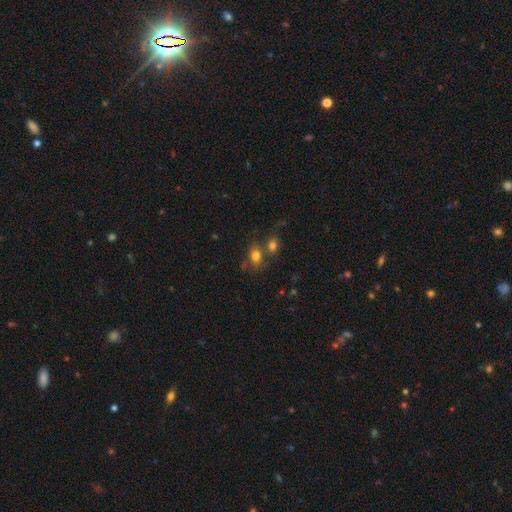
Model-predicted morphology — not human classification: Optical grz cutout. It shows a smooth galaxy with no disk features (75%) that is in between round and cigar-shaped (51%). Merging: none (46%).